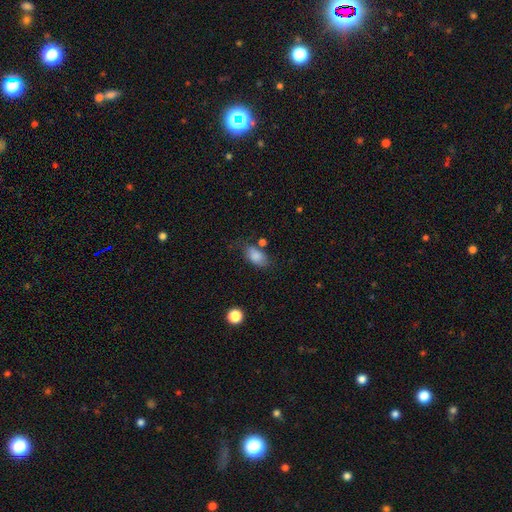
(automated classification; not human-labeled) smooth-or-featured: smooth: 84% | star or artifact: 9% | featured or disk: 7%
  how-rounded: in between: 89% | round: 8% | cigar-shaped: 3%
  merging: none: 61% | minor disturbance: 23% | major disturbance: 8% | merger: 7%